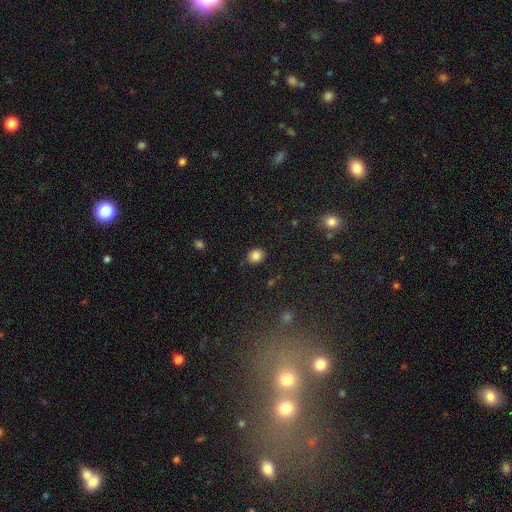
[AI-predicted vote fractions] smooth-or-featured: smooth: 84% | star or artifact: 11% | featured or disk: 5%
  how-rounded: round: 70% | in between: 29% | cigar-shaped: 1%
  merging: none: 85% | minor disturbance: 11% | major disturbance: 3% | merger: 2%